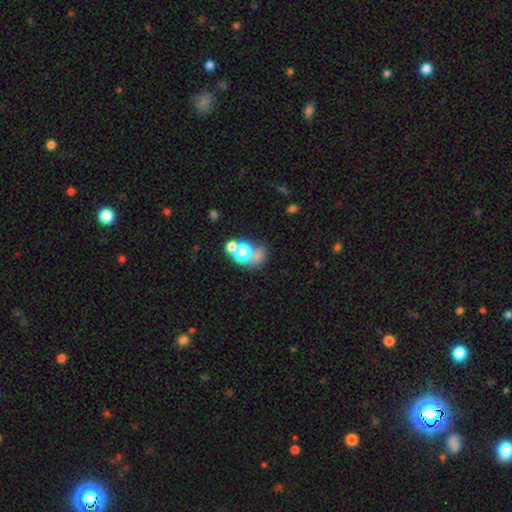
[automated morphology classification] Smooth or featured? Predicted: smooth (p=0.48). Merging? Predicted: none (p=0.48).